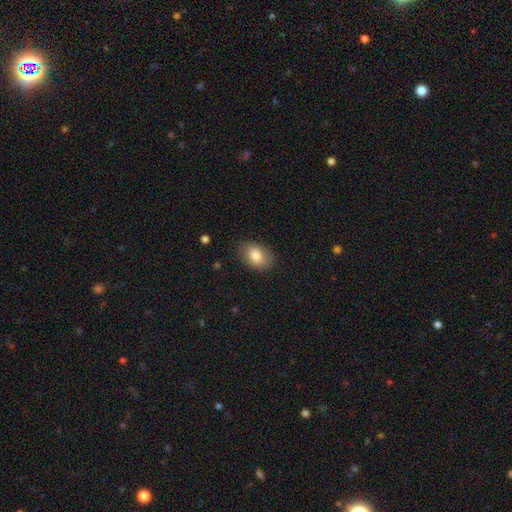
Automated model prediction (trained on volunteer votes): Smooth or featured? Predicted: smooth (p=0.82). How rounded? Predicted: in between (p=0.83). Merging? Predicted: none (p=0.83).